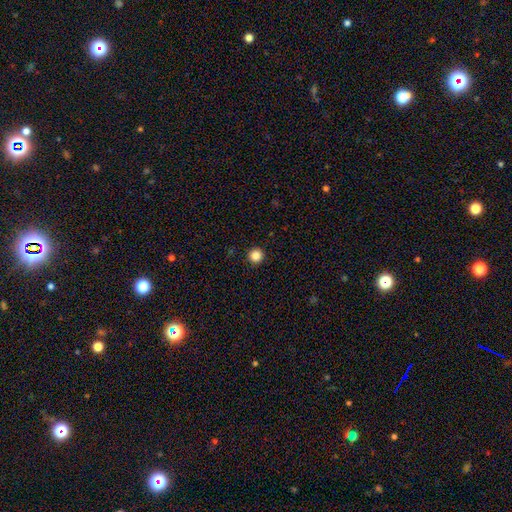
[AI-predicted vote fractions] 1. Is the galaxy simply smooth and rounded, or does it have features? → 86% smooth, 11% star or artifact, 3% featured or disk.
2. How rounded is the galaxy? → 97% round, 3% in between, 1% cigar-shaped.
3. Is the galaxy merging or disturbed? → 94% none, 4% minor disturbance, 1% major disturbance, 1% merger.